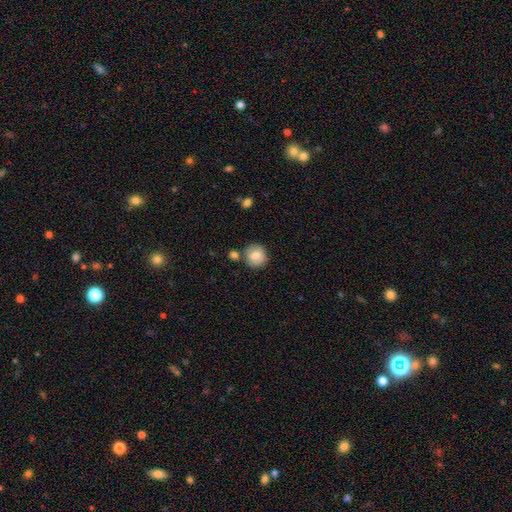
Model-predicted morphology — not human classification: Smooth or featured? smooth (77%)
How rounded? round (88%)
Merging? none (71%)